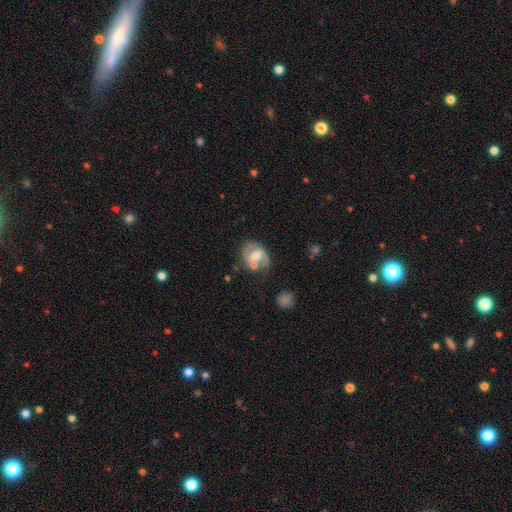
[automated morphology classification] This appears to be a featured or disk galaxy (59%) with no bar (51%), spiral arms (65%) and a moderate central bulge (68%). Merging: none (49%).